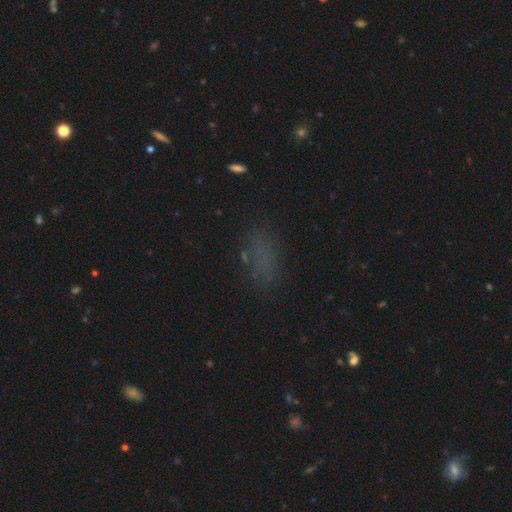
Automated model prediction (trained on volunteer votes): A smooth galaxy with no disk features (63%) that is in between round and cigar-shaped (83%).

Vote fractions:
- Smooth or featured? smooth: 63% / star or artifact: 27% / featured or disk: 11%
- How rounded? in between: 83% / cigar-shaped: 10% / round: 8%
- Merging? none: 75% / minor disturbance: 14% / major disturbance: 8% / merger: 2%